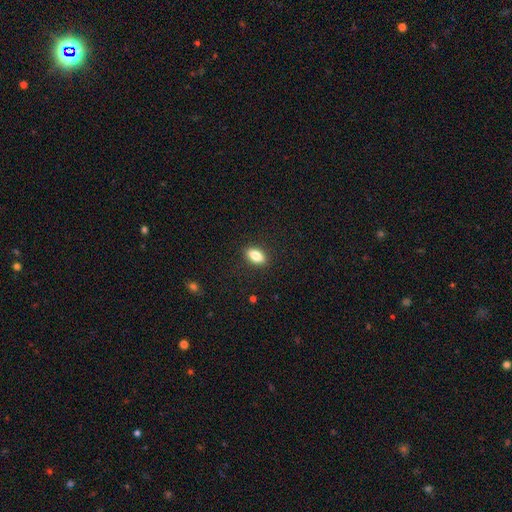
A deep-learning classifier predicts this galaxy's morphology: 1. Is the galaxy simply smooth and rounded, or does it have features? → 83% smooth, 9% featured or disk, 8% star or artifact.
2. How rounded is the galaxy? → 86% in between, 8% cigar-shaped, 6% round.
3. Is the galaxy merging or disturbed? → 89% none, 8% minor disturbance, 2% major disturbance, 1% merger.